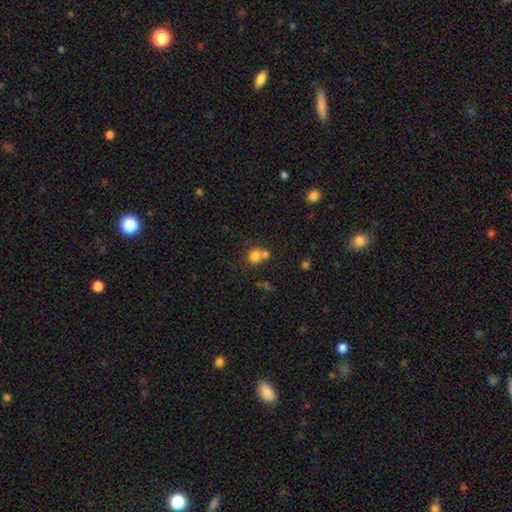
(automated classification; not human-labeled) This appears to be a smooth galaxy with no disk features (77%) that is round (78%). Merging: merger (46%).